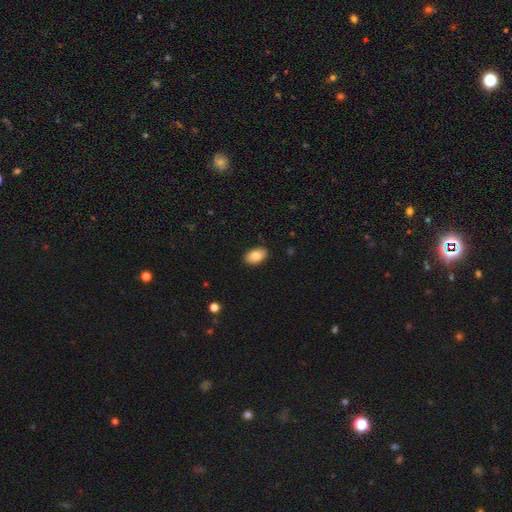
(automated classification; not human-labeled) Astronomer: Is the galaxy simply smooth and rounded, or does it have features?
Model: smooth — 83%.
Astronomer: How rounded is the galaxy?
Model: in between — 92%.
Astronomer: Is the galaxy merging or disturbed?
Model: none — 88%.